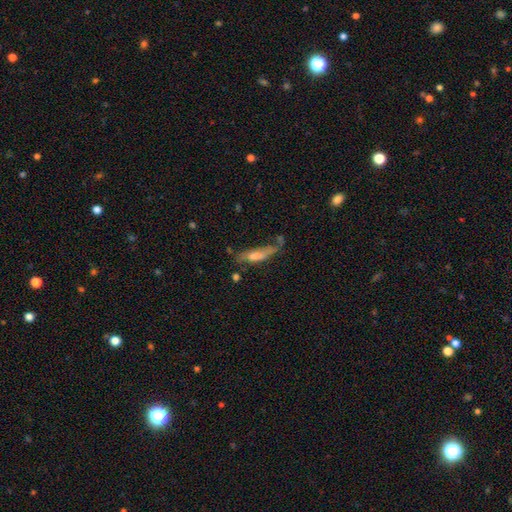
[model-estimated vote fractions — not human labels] smooth 46%, featured or disk 44%, star or artifact 10%. Down the decision tree: merging — none (42%).